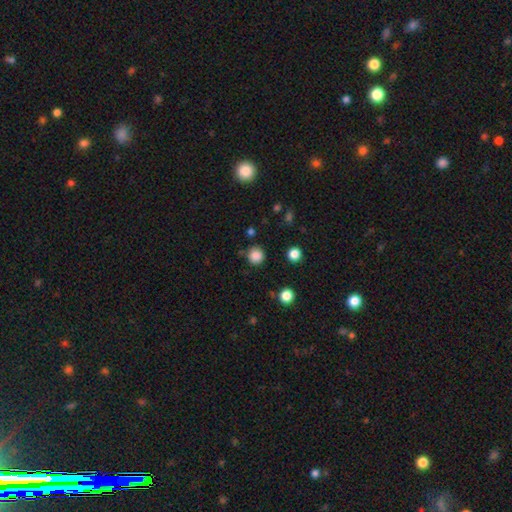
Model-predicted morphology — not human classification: Overall: smooth (84%). How rounded: round (93%). Merging: none (86%).